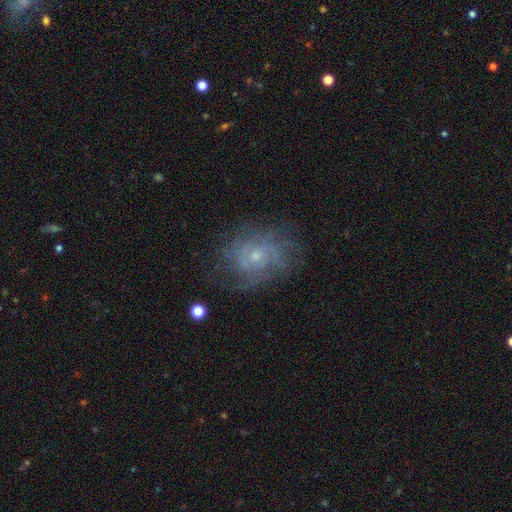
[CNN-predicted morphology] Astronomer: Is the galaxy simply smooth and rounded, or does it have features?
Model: featured or disk — 71%.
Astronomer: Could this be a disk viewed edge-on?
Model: no — 97%.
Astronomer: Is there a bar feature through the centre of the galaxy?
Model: no — 81%.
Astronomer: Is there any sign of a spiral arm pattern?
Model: yes — 83%.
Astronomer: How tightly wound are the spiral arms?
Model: tight — 49% (runner-up: medium, 35%).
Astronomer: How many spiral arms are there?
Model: can't tell — 50%.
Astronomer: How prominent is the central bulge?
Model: small — 67%.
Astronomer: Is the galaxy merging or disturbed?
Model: none — 68%.